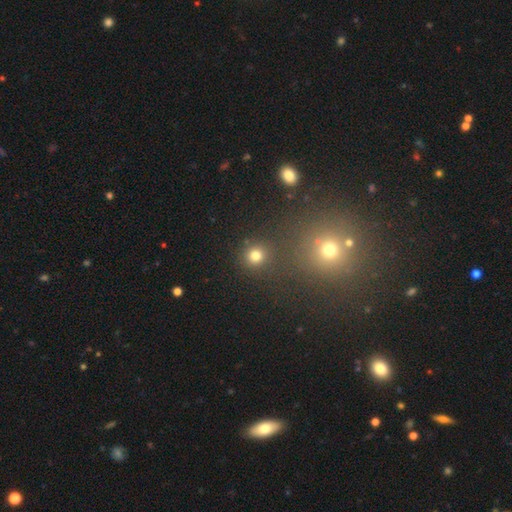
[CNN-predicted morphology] Smooth or featured? smooth (77%)
How rounded? round (91%)
Merging? none (86%)